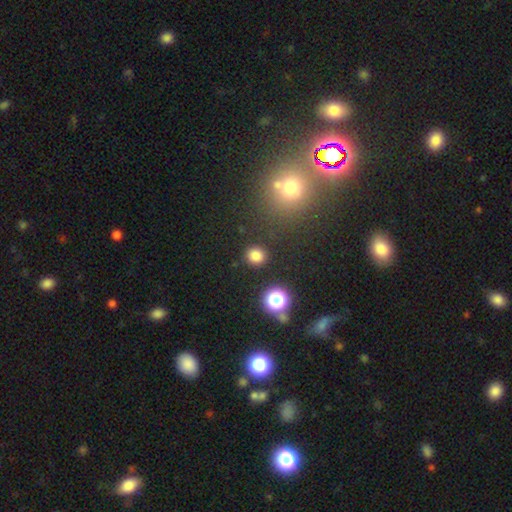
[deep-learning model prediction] A smooth galaxy with no disk features (81%) that is round (86%).

Vote fractions:
- Smooth or featured? smooth: 81% / star or artifact: 15% / featured or disk: 4%
- How rounded? round: 86% / in between: 13% / cigar-shaped: 1%
- Merging? none: 88% / minor disturbance: 7% / major disturbance: 3% / merger: 3%